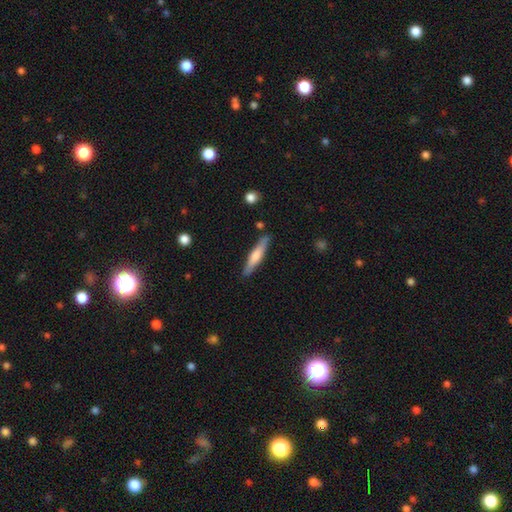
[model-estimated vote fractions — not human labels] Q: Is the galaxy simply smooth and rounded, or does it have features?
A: smooth — 49%.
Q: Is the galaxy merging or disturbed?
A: none — 87%.